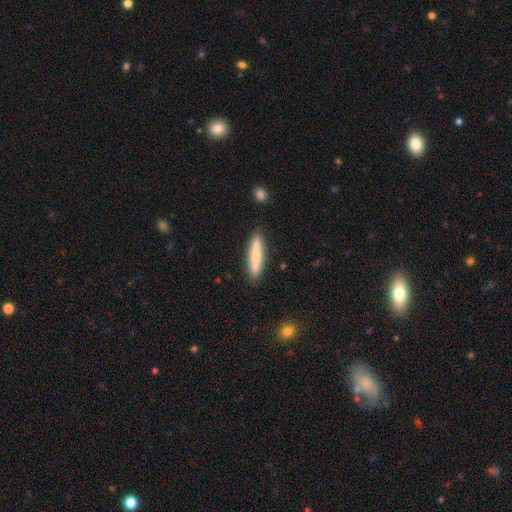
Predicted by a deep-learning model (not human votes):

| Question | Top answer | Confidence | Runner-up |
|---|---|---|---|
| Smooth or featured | smooth | 73% | featured or disk (21%) |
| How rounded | cigar-shaped | 86% | in between (12%) |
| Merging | none | 87% | minor disturbance (9%) |